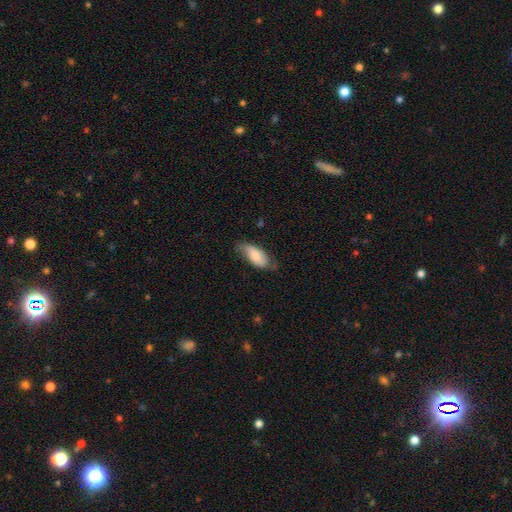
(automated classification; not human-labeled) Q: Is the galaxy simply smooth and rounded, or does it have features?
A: smooth — 68%.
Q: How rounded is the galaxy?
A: in between — 87%.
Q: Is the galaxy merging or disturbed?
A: none — 57%.